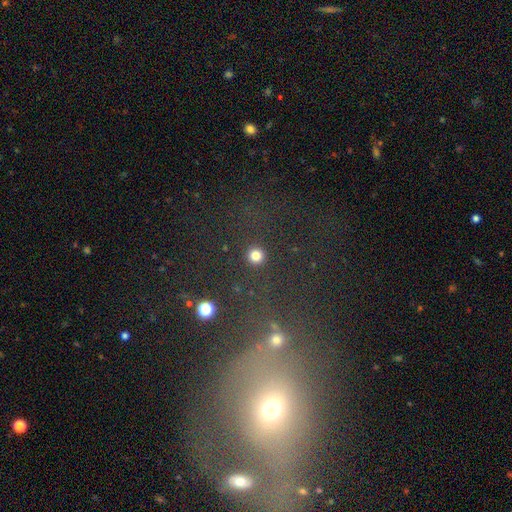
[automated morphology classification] A smooth galaxy with no disk features (80%) that is round (93%). Merging: none (90%).